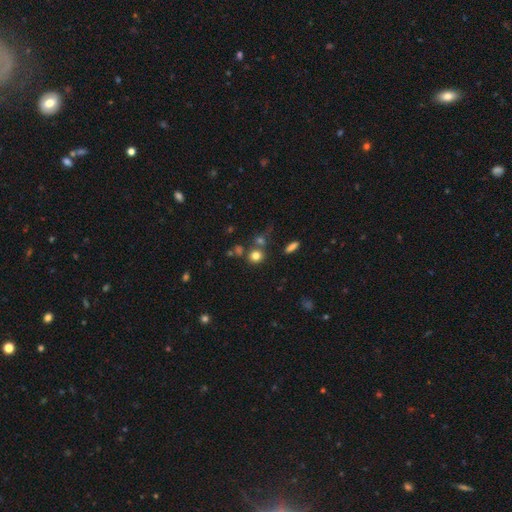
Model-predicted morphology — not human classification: A smooth galaxy with no disk features (77%) that is round (85%). Merging: none (69%).